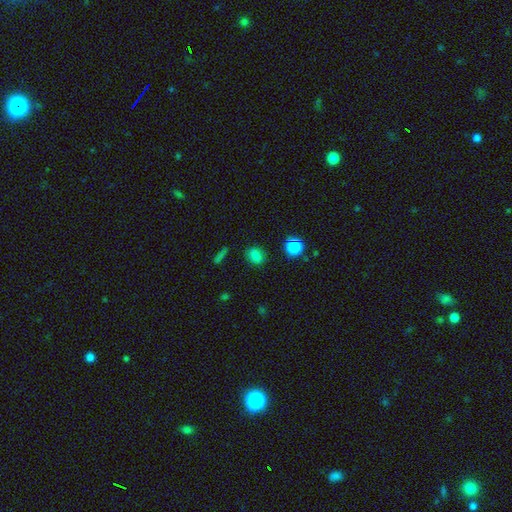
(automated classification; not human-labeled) Smooth or featured? smooth (78%)
How rounded? in between (56%)
Merging? none (83%)